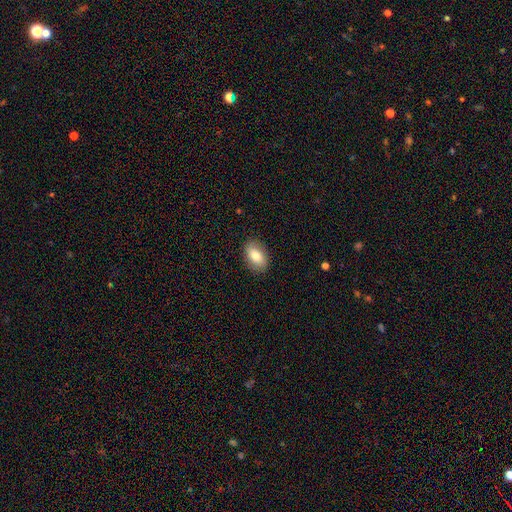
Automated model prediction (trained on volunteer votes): A smooth galaxy with no disk features (81%) that is in between round and cigar-shaped (89%). Merging: none (87%).